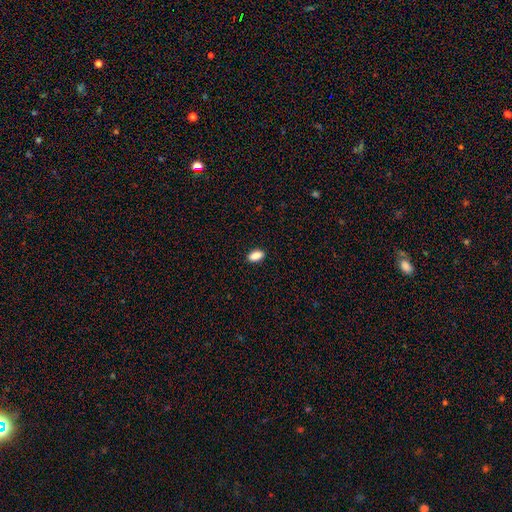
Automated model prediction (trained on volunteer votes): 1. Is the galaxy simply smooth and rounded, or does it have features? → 89% smooth, 8% star or artifact, 3% featured or disk.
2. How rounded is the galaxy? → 91% in between, 5% round, 4% cigar-shaped.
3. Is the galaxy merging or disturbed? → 90% none, 7% minor disturbance, 2% major disturbance, 1% merger.